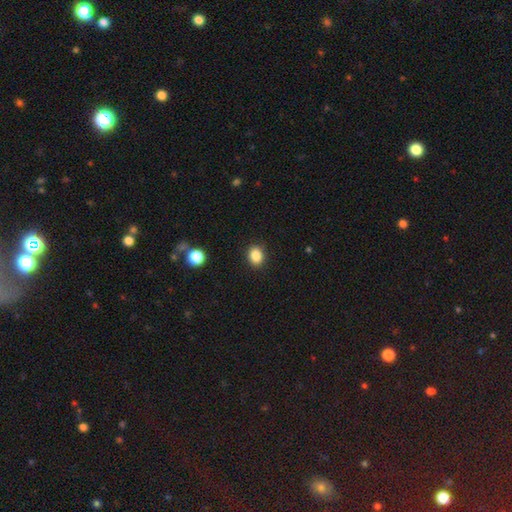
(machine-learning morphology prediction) This is clearly a smooth galaxy (86%). How rounded: possibly round (53%). Merging: clearly none (89%).